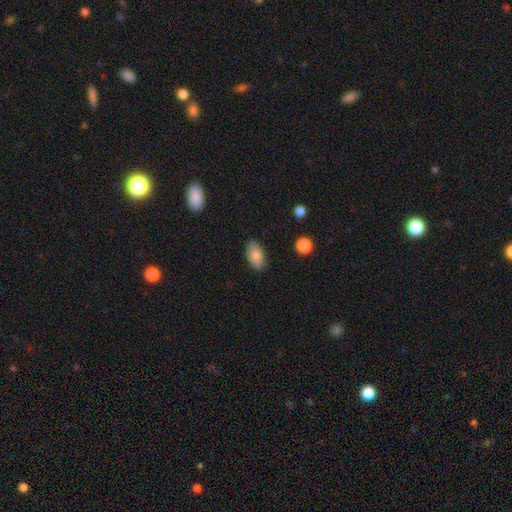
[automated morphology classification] Smooth or featured?
  - smooth: 86% *
  - featured or disk: 7%
  - star or artifact: 7%
How rounded?
  - in between: 93% *
  - round: 4%
  - cigar-shaped: 3%
Merging?
  - none: 84% *
  - minor disturbance: 12%
  - major disturbance: 3%
  - merger: 1%